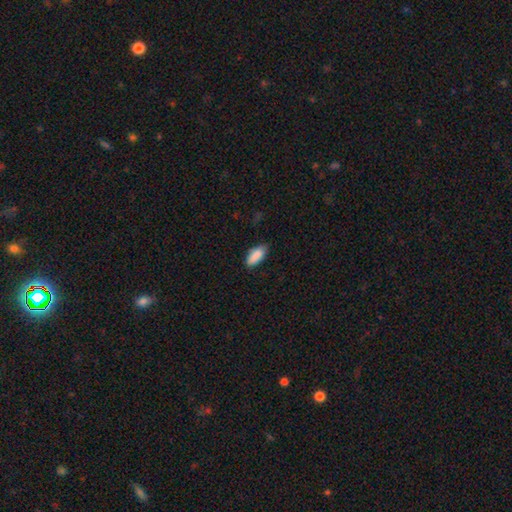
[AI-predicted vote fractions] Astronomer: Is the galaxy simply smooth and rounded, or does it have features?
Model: smooth — 88%.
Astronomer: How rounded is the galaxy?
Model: in between — 86%.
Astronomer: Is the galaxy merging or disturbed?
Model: none — 74%.